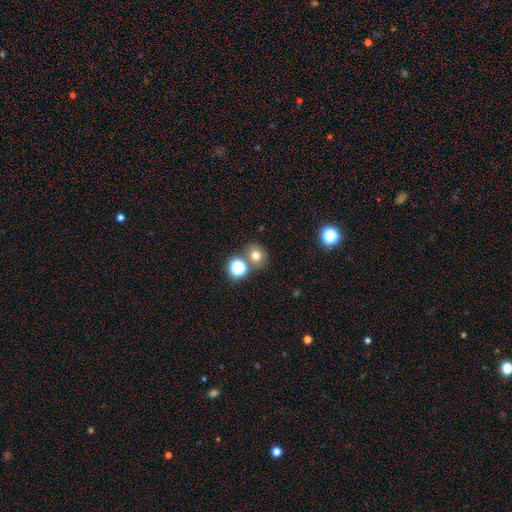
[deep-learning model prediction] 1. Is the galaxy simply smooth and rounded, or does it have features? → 72% smooth, 19% star or artifact, 9% featured or disk.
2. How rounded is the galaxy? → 76% round, 23% in between, 1% cigar-shaped.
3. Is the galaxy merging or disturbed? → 71% none, 17% merger, 9% minor disturbance, 4% major disturbance.